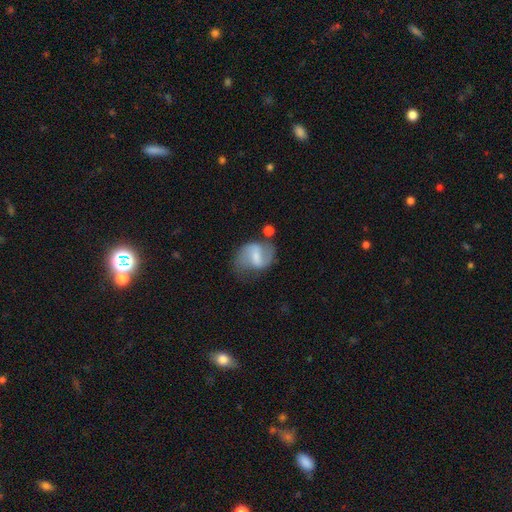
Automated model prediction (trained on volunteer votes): Smooth or featured?
  - featured or disk: 65% *
  - smooth: 28%
  - star or artifact: 7%
Edge-on disk?
  - no: 97% *
  - yes: 3%
Bar?
  - weak: 44% * (tied)
  - strong: 44% * (tied)
  - no: 12%
Spiral arms?
  - yes: 81% *
  - no: 19%
Spiral winding?
  - loose: 47% *
  - medium: 41%
  - tight: 12%
Spiral arm count?
  - 2: 85% *
  - can't tell: 8%
  - 1: 5%
  - 3: 1%
  - 4: 1%
  - more than 4: 1%
Bulge size?
  - small: 42% *
  - moderate: 32%
  - none: 19%
  - large: 5%
  - dominant: 2%
Merging?
  - none: 53% *
  - minor disturbance: 24%
  - major disturbance: 15%
  - merger: 8%